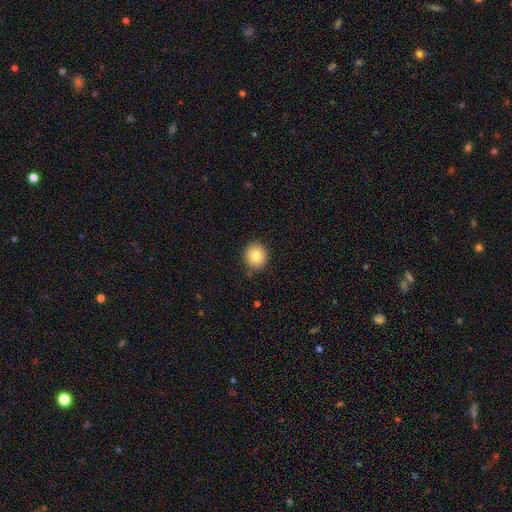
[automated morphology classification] Smooth or featured?
  - smooth: 84% *
  - star or artifact: 9%
  - featured or disk: 7%
How rounded?
  - round: 88% *
  - in between: 11%
  - cigar-shaped: 1%
Merging?
  - none: 87% *
  - minor disturbance: 10%
  - major disturbance: 2%
  - merger: 1%